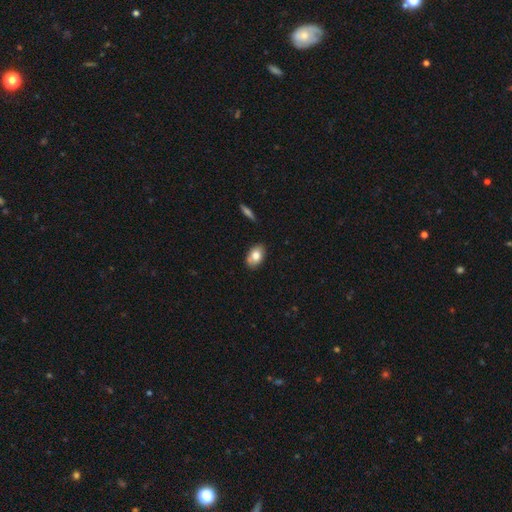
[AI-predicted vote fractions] Q: Smooth or featured?
A: smooth (78%); runner-up: featured or disk (15%)
Q: How rounded?
A: in between (89%); runner-up: round (10%)
Q: Merging?
A: none (83%); runner-up: minor disturbance (13%)